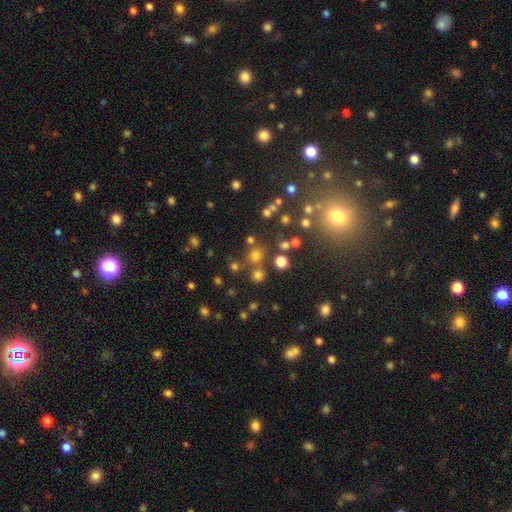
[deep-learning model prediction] Smooth or featured? smooth (53%)
How rounded? round (88%)
Merging? none (77%)